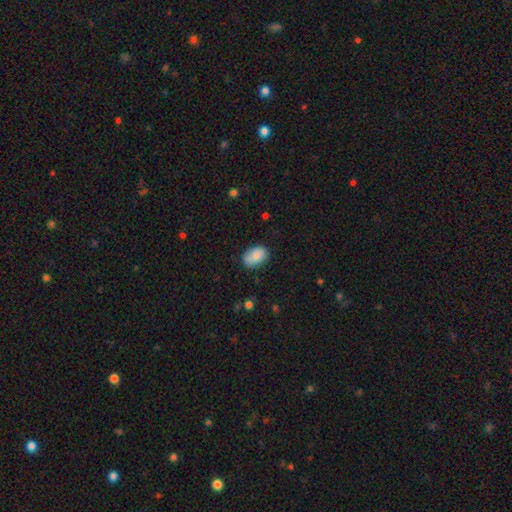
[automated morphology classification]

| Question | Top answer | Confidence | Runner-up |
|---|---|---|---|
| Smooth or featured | smooth | 83% | featured or disk (10%) |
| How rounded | in between | 88% | round (11%) |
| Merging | none | 76% | minor disturbance (19%) |